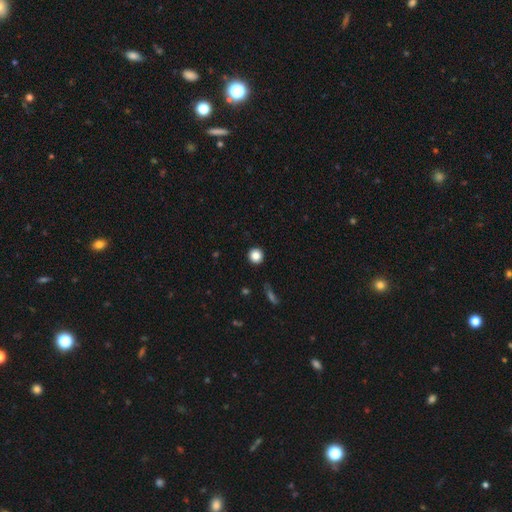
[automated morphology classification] A smooth galaxy with no disk features (85%) that is round (94%). Merging: none (92%).